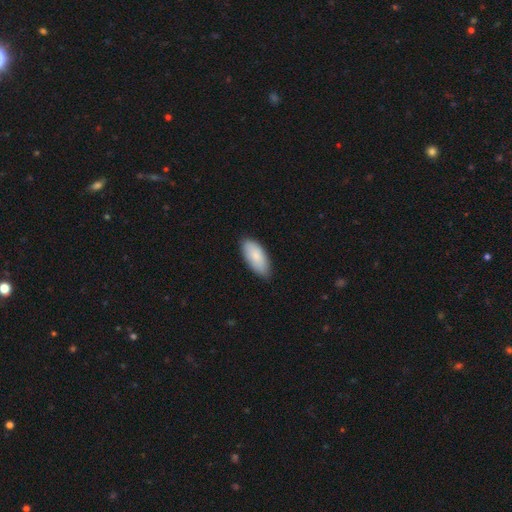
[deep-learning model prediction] A smooth galaxy with no disk features (83%) that is in between round and cigar-shaped (89%).

Vote fractions:
- Smooth or featured? smooth: 83% / featured or disk: 12% / star or artifact: 6%
- How rounded? in between: 89% / cigar-shaped: 9% / round: 2%
- Merging? none: 82% / minor disturbance: 15% / major disturbance: 2% / merger: 1%